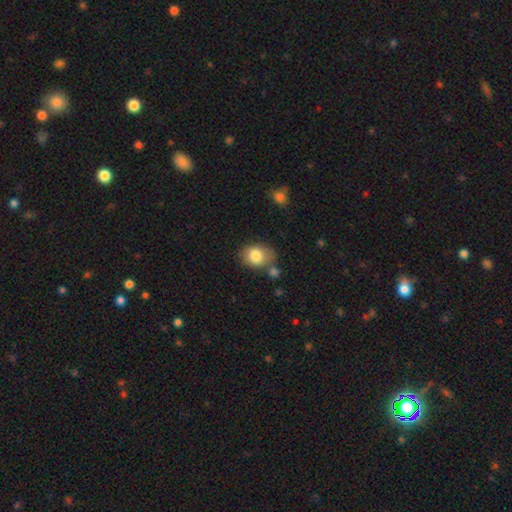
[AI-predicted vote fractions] smooth-or-featured: smooth: 81% | featured or disk: 11% | star or artifact: 8%
  how-rounded: in between: 62% | round: 37% | cigar-shaped: 1%
  merging: none: 63% | minor disturbance: 19% | merger: 12% | major disturbance: 6%